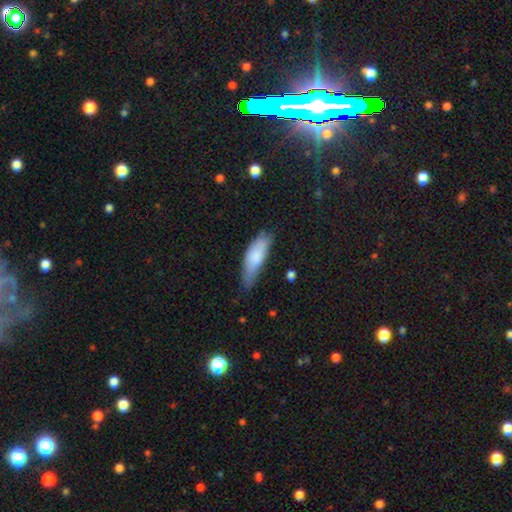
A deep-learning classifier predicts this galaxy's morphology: Smooth or featured: smooth — 80% (featured or disk — 14%)
How rounded: in between — 56% (cigar-shaped — 42%)
Merging: none — 48% (minor disturbance — 39%)